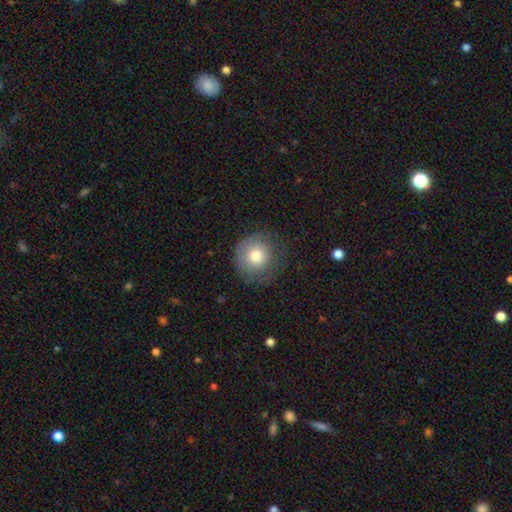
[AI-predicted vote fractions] This appears to be a smooth galaxy with no disk features (74%) that is round (90%). Merging: none (71%).